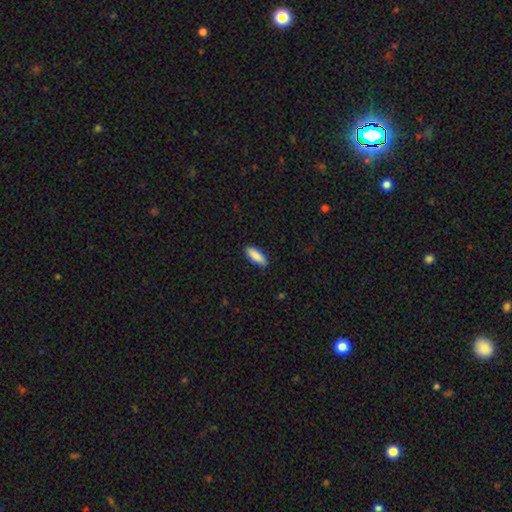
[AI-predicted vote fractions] smooth-or-featured: smooth: 89% | star or artifact: 5% | featured or disk: 5%
  how-rounded: in between: 70% | cigar-shaped: 28% | round: 2%
  merging: none: 89% | minor disturbance: 8% | major disturbance: 2% | merger: 1%